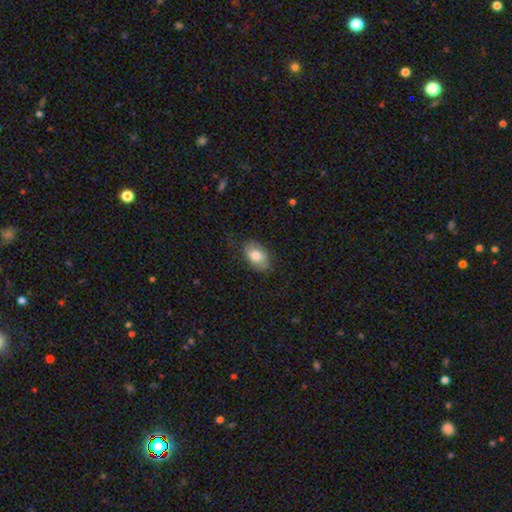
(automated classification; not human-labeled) smooth 78%, featured or disk 15%, star or artifact 7%. Down the decision tree: how rounded — in between (88%); merging — none (80%).